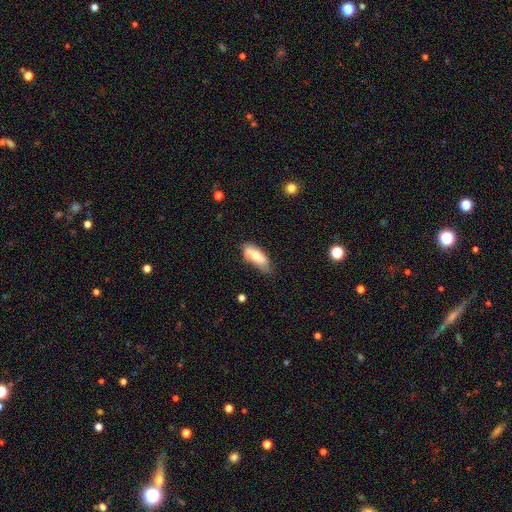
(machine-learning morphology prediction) Q: Smooth or featured?
A: smooth (69%); runner-up: featured or disk (25%)
Q: How rounded?
A: in between (63%); runner-up: cigar-shaped (35%)
Q: Merging?
A: none (58%); runner-up: minor disturbance (33%)